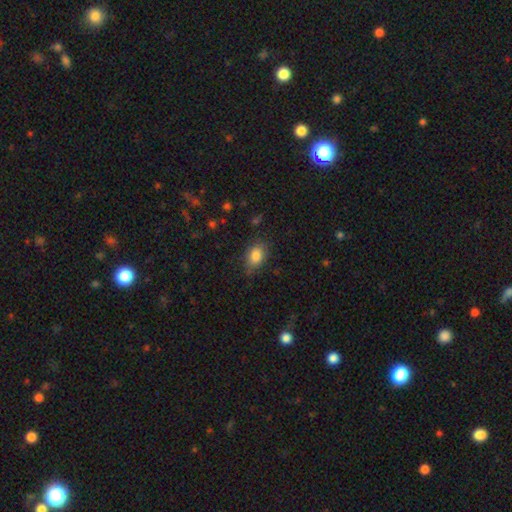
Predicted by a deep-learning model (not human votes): smooth_or_featured: smooth (p=0.84) [alt: star or artifact p=0.08]
how_rounded: in between (p=0.81) [alt: round p=0.17]
merging: none (p=0.74) [alt: minor disturbance p=0.20]